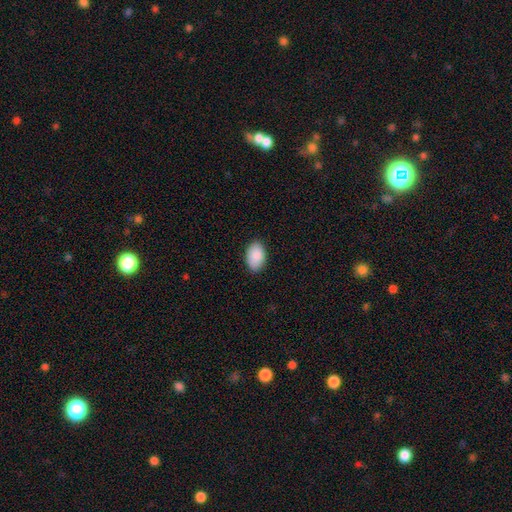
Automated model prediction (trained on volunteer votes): Smooth or featured?
  - smooth: 90% *
  - star or artifact: 6%
  - featured or disk: 4%
How rounded?
  - in between: 93% *
  - round: 6%
  - cigar-shaped: 1%
Merging?
  - none: 87% *
  - minor disturbance: 10%
  - major disturbance: 2%
  - merger: 1%